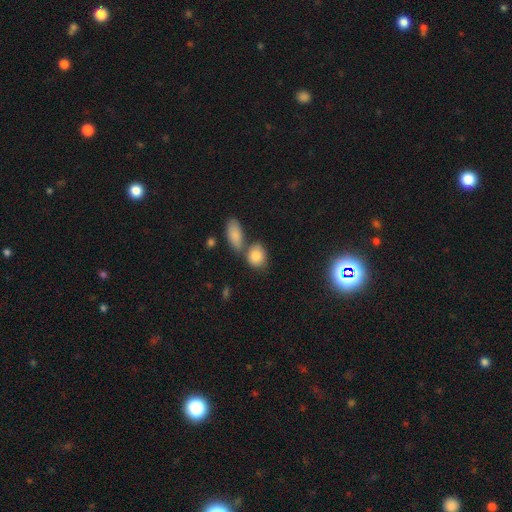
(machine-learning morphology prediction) Smooth or featured? Predicted: smooth (p=0.85). How rounded? Predicted: round (p=0.49, tied with in between). Merging? Predicted: none (p=0.53).